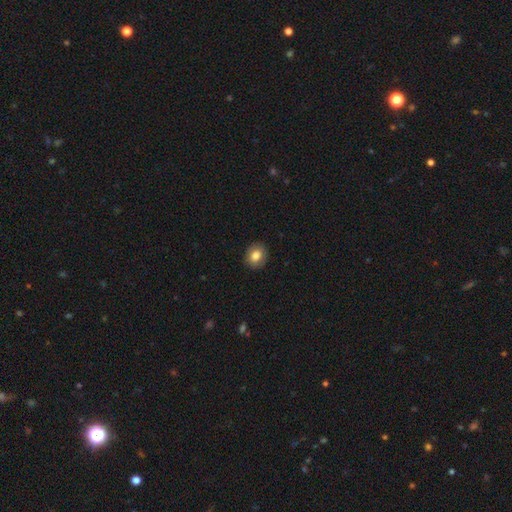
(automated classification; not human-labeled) Q: Smooth or featured?
A: smooth (82%); runner-up: featured or disk (10%)
Q: How rounded?
A: round (69%); runner-up: in between (30%)
Q: Merging?
A: none (90%); runner-up: minor disturbance (7%)